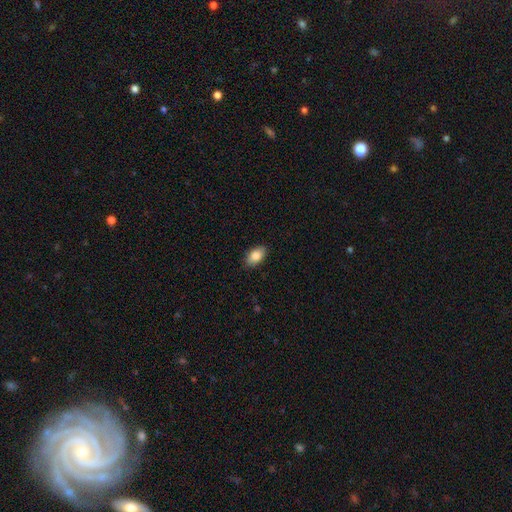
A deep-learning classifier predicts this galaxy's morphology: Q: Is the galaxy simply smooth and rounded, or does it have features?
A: smooth — 85%.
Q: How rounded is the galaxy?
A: in between — 92%.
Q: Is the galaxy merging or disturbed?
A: none — 88%.